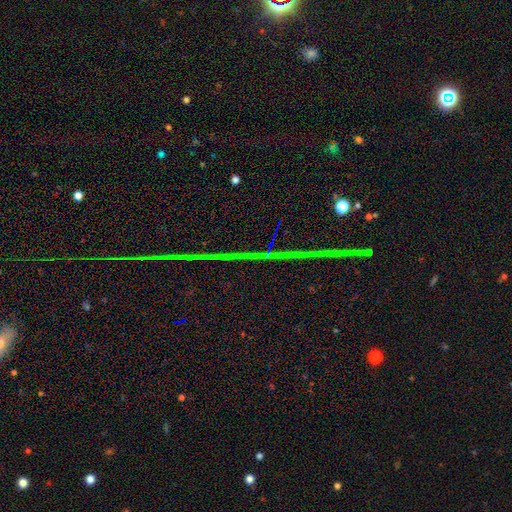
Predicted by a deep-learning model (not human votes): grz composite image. It shows a star or artifact, not a galaxy (80%).